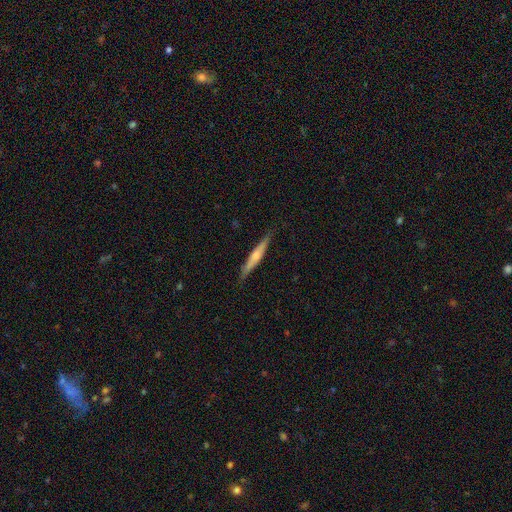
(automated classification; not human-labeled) The model was most divided on "smooth or featured": featured or disk: 52%, smooth: 42%, star or artifact: 6%. More confident: edge-on disk — yes (96%); merging — none (87%).